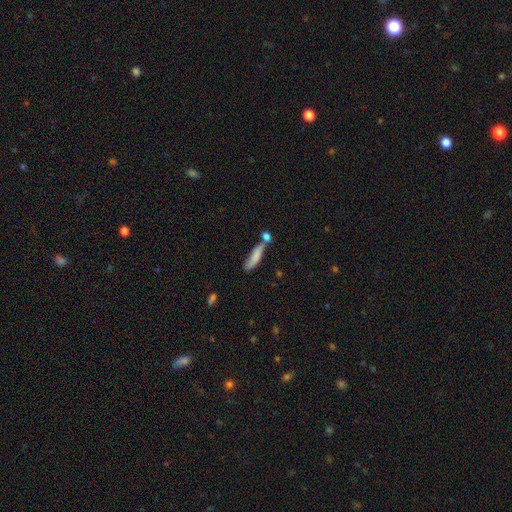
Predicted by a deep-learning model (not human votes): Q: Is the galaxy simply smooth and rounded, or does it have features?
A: smooth — 79%.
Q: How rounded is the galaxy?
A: cigar-shaped — 65%.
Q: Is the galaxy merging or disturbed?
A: none — 47%.